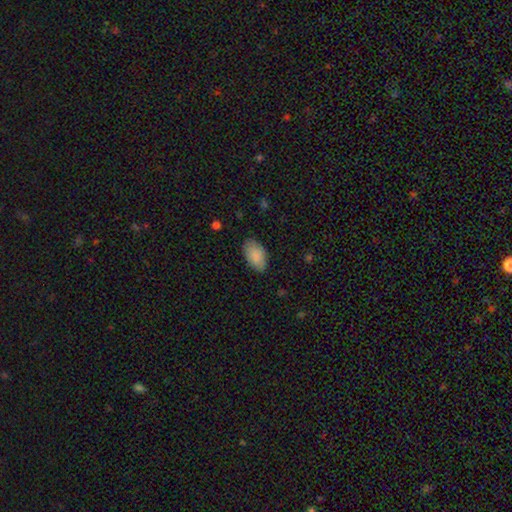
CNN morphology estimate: Overall: smooth (89%). How rounded: in between (94%). Merging: none (82%).